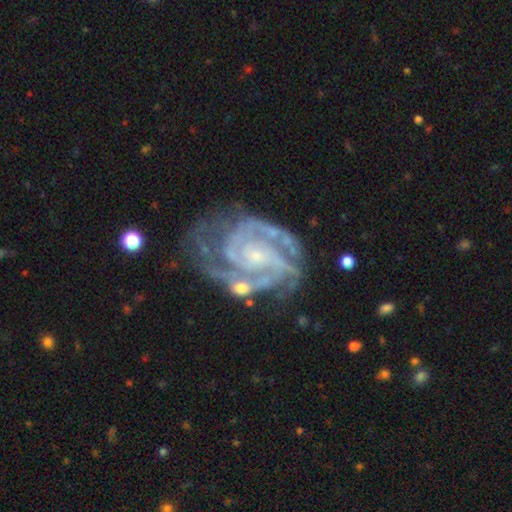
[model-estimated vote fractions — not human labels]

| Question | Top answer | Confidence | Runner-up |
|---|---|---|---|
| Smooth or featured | featured or disk | 92% | star or artifact (5%) |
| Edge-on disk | no | 98% | yes (2%) |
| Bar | no | 63% | weak (27%) |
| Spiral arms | yes | 98% | no (2%) |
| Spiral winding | tight | 63% | medium (33%) |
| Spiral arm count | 2 | 34% | 3 (33%) |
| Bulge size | small | 76% | moderate (15%) |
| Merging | none | 58% | minor disturbance (23%) |